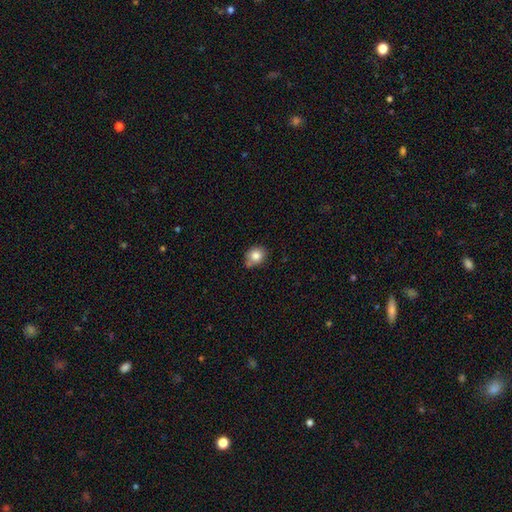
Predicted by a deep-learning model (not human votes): Morphology: type=smooth (82%); roundness=round (74%); merging=none (62%).